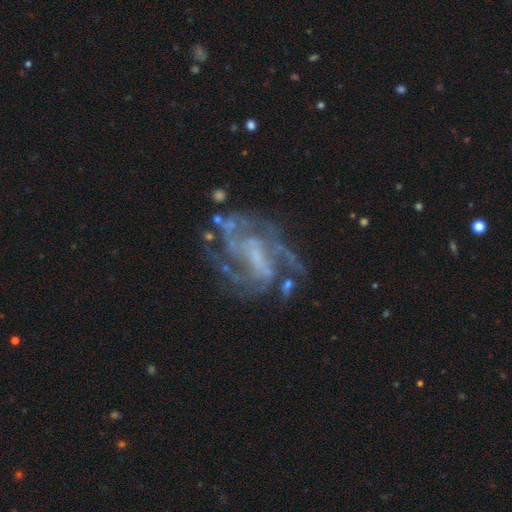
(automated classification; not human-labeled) Morphology: type=featured or disk (87%); edge-on=no (97%); bar=weak (45%); spiral arms=yes (93%); winding=medium (47%); arm count=3 (27%); bulge=small (40%); merging=none (61%).